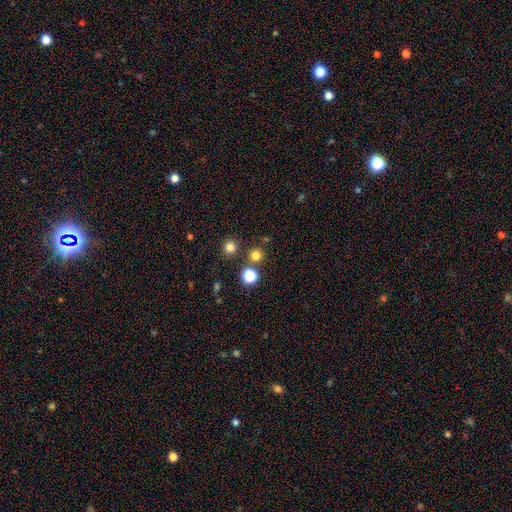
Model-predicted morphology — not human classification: smooth 75%, star or artifact 20%, featured or disk 5%. Down the decision tree: how rounded — round (93%); merging — none (79%).